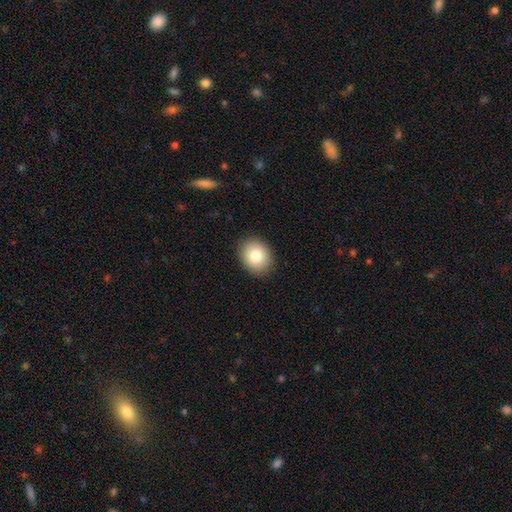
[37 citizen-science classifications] Smooth or featured?
  - smooth: 89% *
  - featured or disk: 8%
  - star or artifact: 3%
How rounded?
  - in between: 52% *
  - round: 48%
  - cigar-shaped: 0%
Merging?
  - none: 83% *
  - minor disturbance: 14%
  - major disturbance: 3%
  - merger: 0%